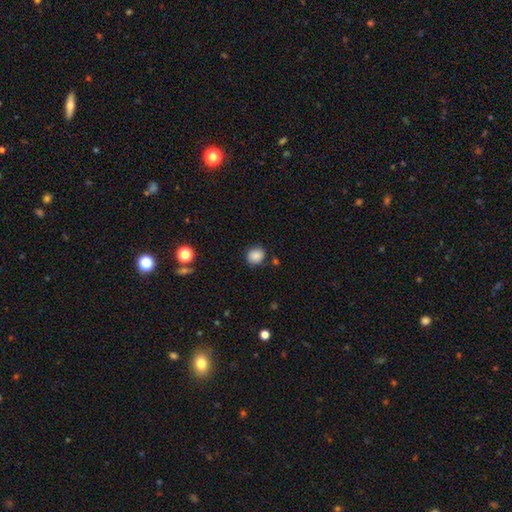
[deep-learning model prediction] The model was most divided on "how rounded": round: 76%, in between: 23%, cigar-shaped: 1%. More confident: smooth or featured — smooth (86%); merging — none (81%).